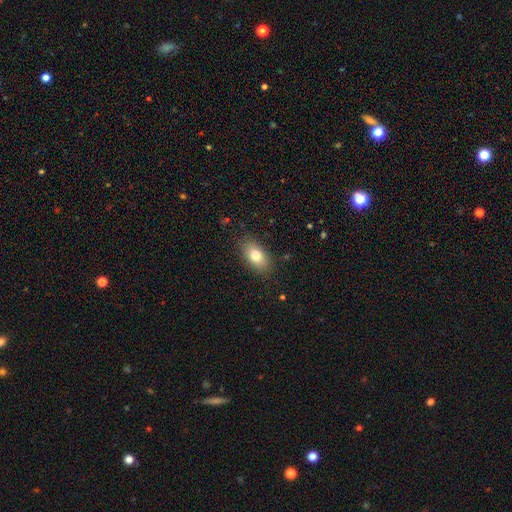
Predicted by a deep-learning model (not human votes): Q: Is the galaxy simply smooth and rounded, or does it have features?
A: smooth — 78%.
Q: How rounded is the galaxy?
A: in between — 88%.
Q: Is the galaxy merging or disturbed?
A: none — 85%.